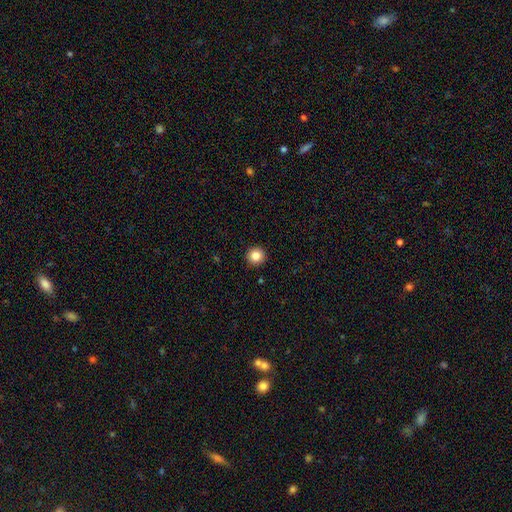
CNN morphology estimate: smooth 85%, star or artifact 10%, featured or disk 5%. Down the decision tree: how rounded — round (95%); merging — none (93%).